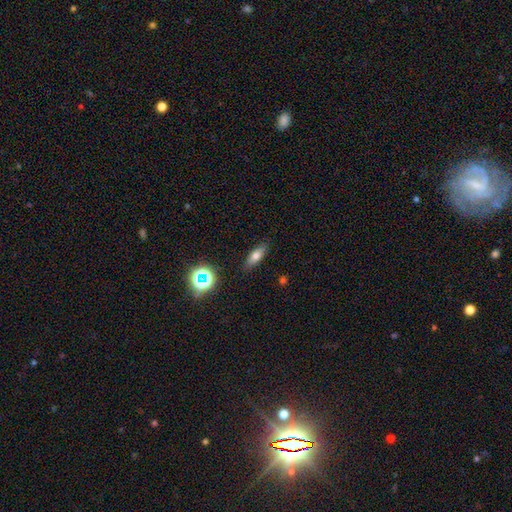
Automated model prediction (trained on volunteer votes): Smooth or featured? Predicted: smooth (p=0.67). How rounded? Predicted: in between (p=0.59). Merging? Predicted: none (p=0.86).